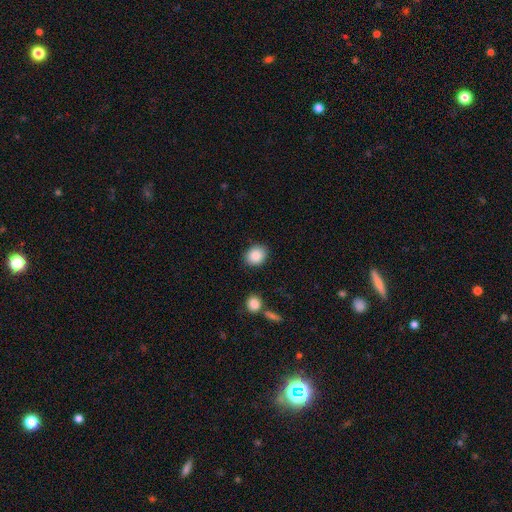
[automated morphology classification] A smooth galaxy with no disk features (87%) that is round (58%).

Vote fractions:
- Smooth or featured? smooth: 87% / star or artifact: 8% / featured or disk: 5%
- How rounded? round: 58% / in between: 41% / cigar-shaped: 1%
- Merging? none: 86% / minor disturbance: 9% / major disturbance: 3% / merger: 2%